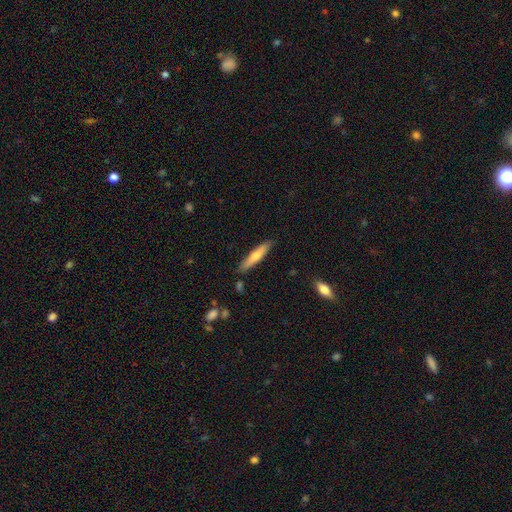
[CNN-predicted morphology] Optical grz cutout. It shows a smooth galaxy with no disk features (62%) that is cigar-shaped (87%). Merging: none (86%).